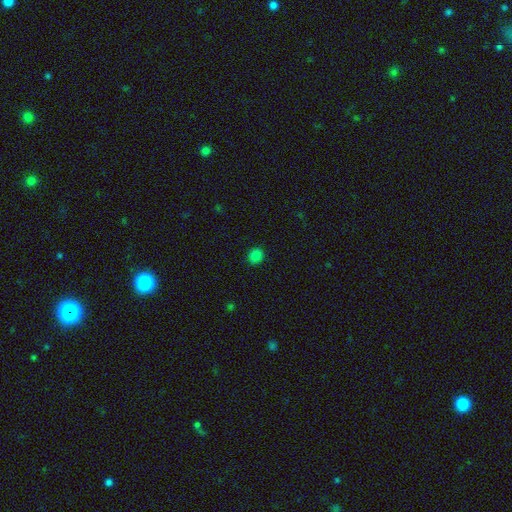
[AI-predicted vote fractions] smooth 83%, star or artifact 14%, featured or disk 3%. Down the decision tree: how rounded — round (77%); merging — none (89%).